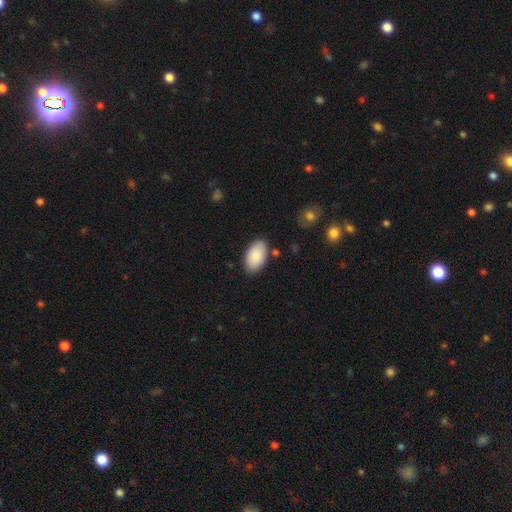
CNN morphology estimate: Q: Smooth or featured?
A: smooth (88%); runner-up: featured or disk (6%)
Q: How rounded?
A: in between (95%); runner-up: round (3%)
Q: Merging?
A: none (84%); runner-up: minor disturbance (11%)